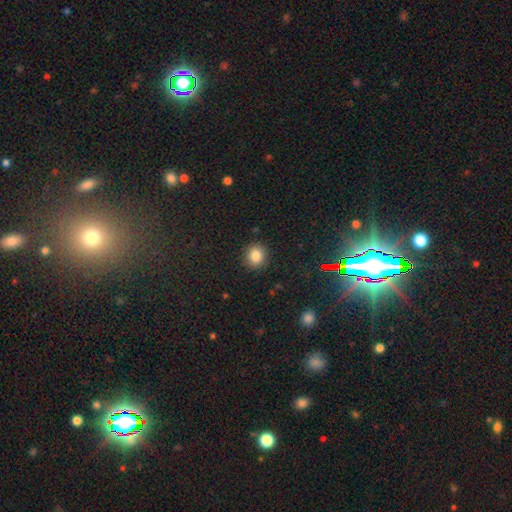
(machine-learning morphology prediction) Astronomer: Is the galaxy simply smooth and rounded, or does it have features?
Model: smooth — 83%.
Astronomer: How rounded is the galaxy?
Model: round — 77%.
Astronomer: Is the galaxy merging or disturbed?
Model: none — 89%.